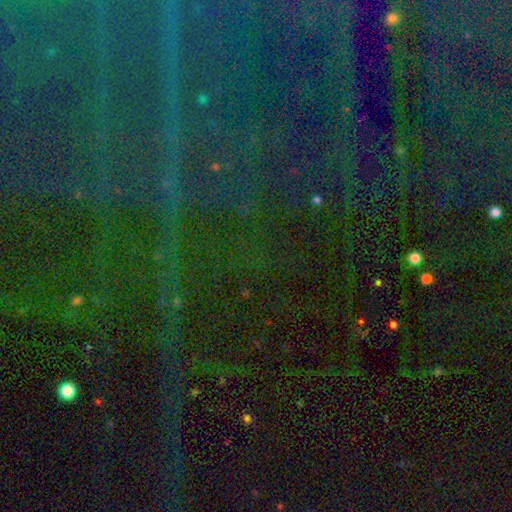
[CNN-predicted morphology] star or artifact 86%, featured or disk 8%, smooth 7%.